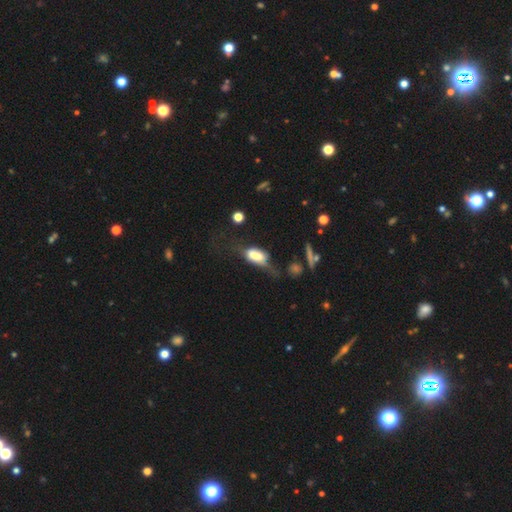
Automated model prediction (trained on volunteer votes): smooth 61%, featured or disk 29%, star or artifact 10%. Down the decision tree: how rounded — in between (84%); merging — major disturbance (48%).